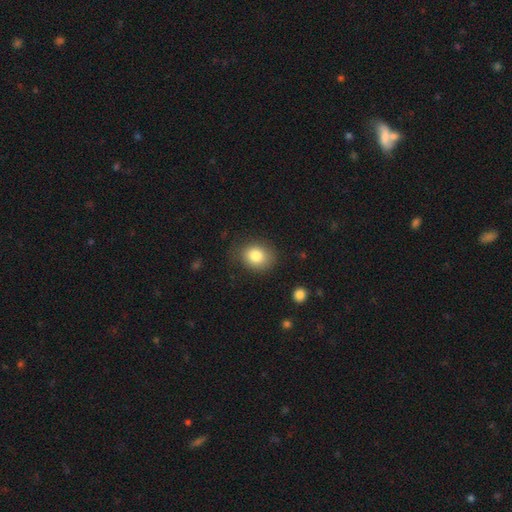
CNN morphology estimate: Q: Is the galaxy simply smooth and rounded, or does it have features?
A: smooth — 82%.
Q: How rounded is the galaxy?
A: round — 58%.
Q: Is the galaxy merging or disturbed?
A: none — 75%.